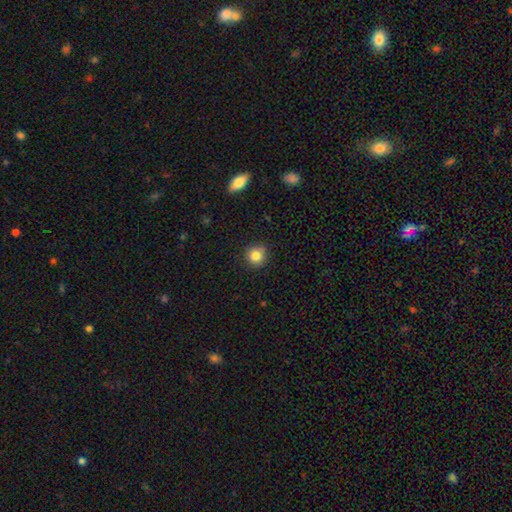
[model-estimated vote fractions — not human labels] smooth_or_featured: smooth (p=0.83) [alt: star or artifact p=0.11]
how_rounded: round (p=0.93) [alt: in between p=0.06]
merging: none (p=0.84) [alt: minor disturbance p=0.11]